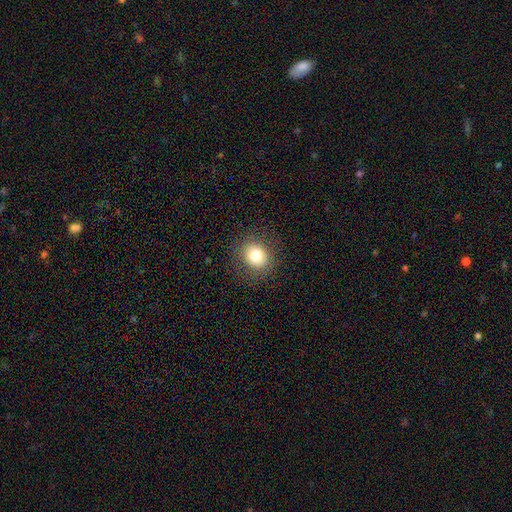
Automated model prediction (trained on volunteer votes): smooth 80%, star or artifact 11%, featured or disk 9%. Down the decision tree: how rounded — round (78%); merging — none (88%).